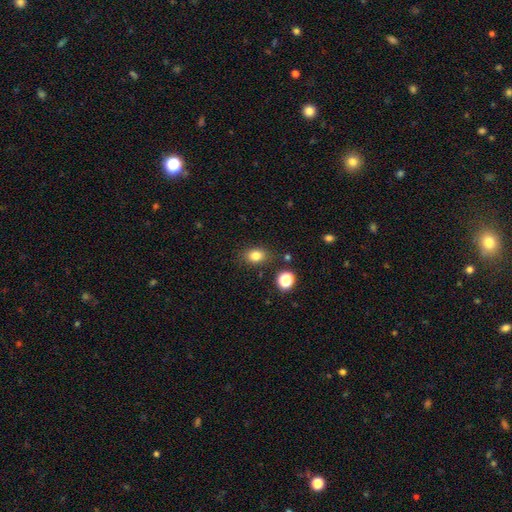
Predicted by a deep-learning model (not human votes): Morphology: type=smooth (81%); roundness=in between (66%); merging=none (81%).